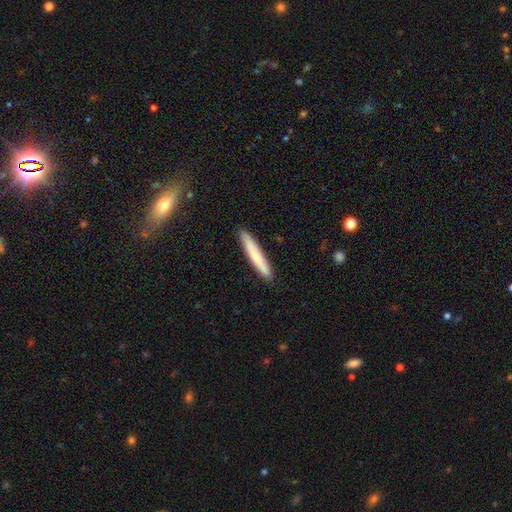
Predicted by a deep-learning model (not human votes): Q: Smooth or featured?
A: smooth (71%); runner-up: featured or disk (23%)
Q: How rounded?
A: cigar-shaped (95%); runner-up: in between (4%)
Q: Merging?
A: none (90%); runner-up: minor disturbance (7%)